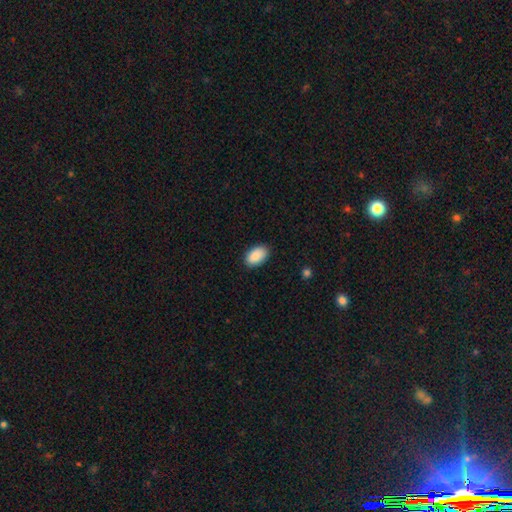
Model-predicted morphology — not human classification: smooth_or_featured: smooth (p=0.89) [alt: star or artifact p=0.06]
how_rounded: in between (p=0.93) [alt: round p=0.06]
merging: none (p=0.88) [alt: minor disturbance p=0.09]